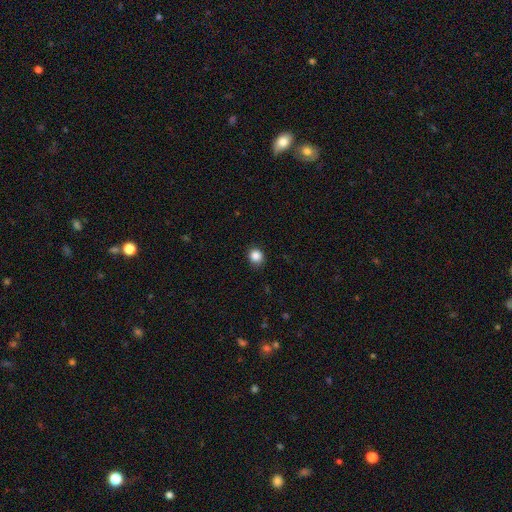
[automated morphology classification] Q: Smooth or featured?
A: smooth (86%); runner-up: star or artifact (10%)
Q: How rounded?
A: round (86%); runner-up: in between (13%)
Q: Merging?
A: none (89%); runner-up: minor disturbance (8%)